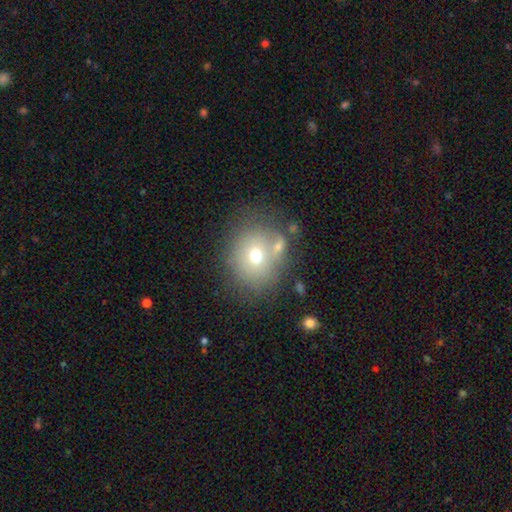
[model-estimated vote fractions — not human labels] Smooth or featured? Predicted: smooth (p=0.65). How rounded? Predicted: round (p=0.72). Merging? Predicted: none (p=0.62).